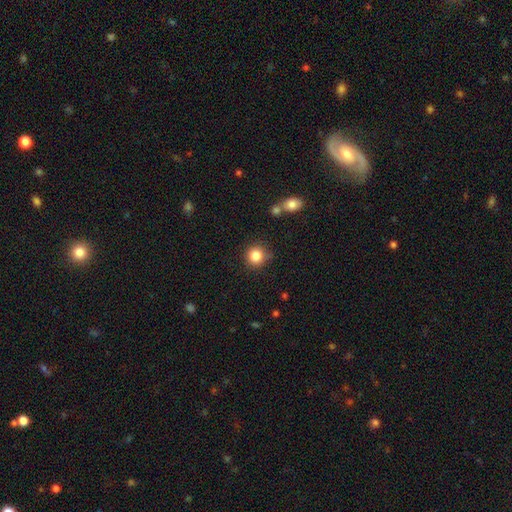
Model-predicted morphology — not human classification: Smooth or featured: smooth — 84% (star or artifact — 11%)
How rounded: round — 92% (in between — 7%)
Merging: none — 82% (minor disturbance — 11%)